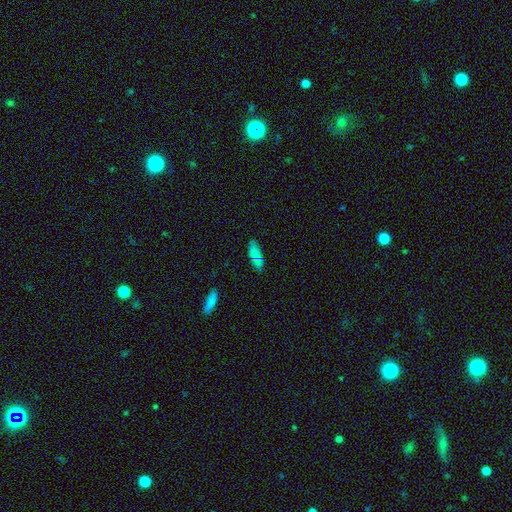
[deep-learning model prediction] Smooth or featured? smooth (80%)
How rounded? in between (66%)
Merging? none (78%)